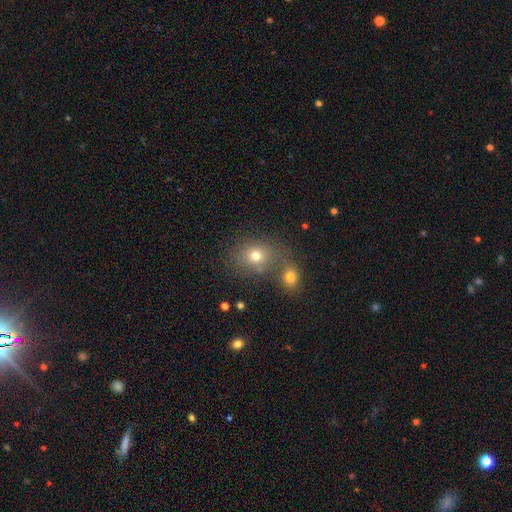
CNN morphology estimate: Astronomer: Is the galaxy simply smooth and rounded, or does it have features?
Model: smooth — 72%.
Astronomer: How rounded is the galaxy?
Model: round — 58% (runner-up: in between, 41%).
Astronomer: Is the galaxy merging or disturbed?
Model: none — 48% (runner-up: merger, 38%).